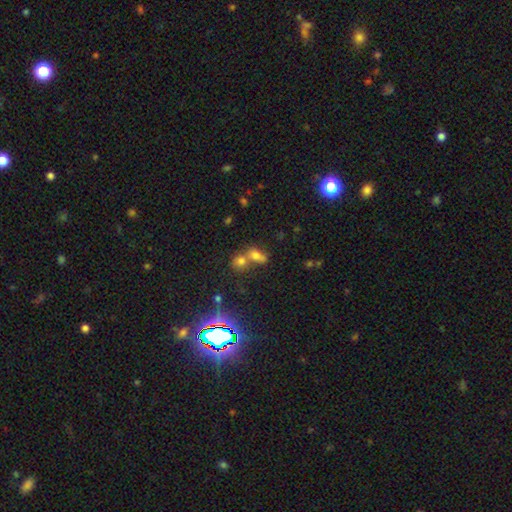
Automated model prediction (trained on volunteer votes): Q: Smooth or featured?
A: smooth (64%); runner-up: star or artifact (21%)
Q: How rounded?
A: in between (68%); runner-up: round (23%)
Q: Merging?
A: merger (56%); runner-up: none (31%)